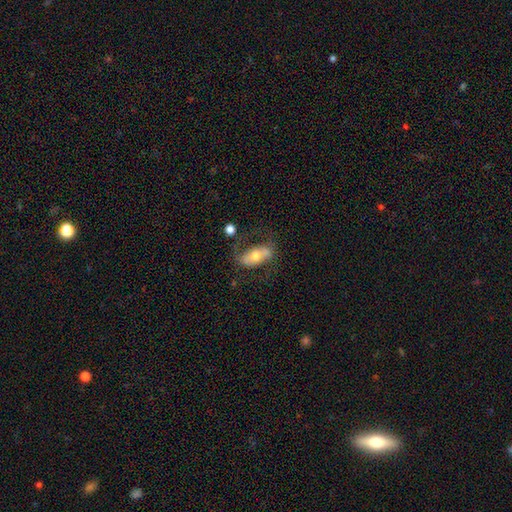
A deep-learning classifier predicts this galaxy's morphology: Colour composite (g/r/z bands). It shows a featured or disk galaxy (57%). Merging: none (54%).